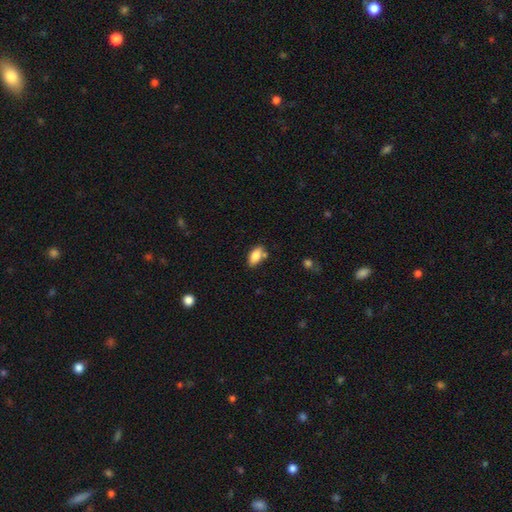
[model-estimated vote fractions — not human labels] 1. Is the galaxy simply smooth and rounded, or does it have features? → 83% smooth, 10% featured or disk, 8% star or artifact.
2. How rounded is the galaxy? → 90% in between, 7% cigar-shaped, 3% round.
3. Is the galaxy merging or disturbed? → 68% none, 17% minor disturbance, 11% merger, 4% major disturbance.